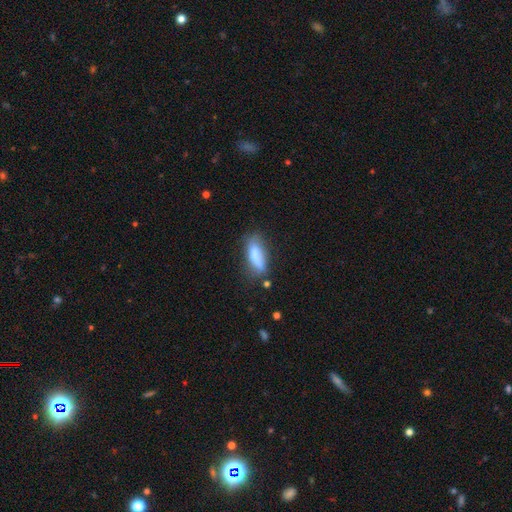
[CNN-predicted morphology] Smooth or featured? smooth (76%)
How rounded? in between (60%)
Merging? none (52%)